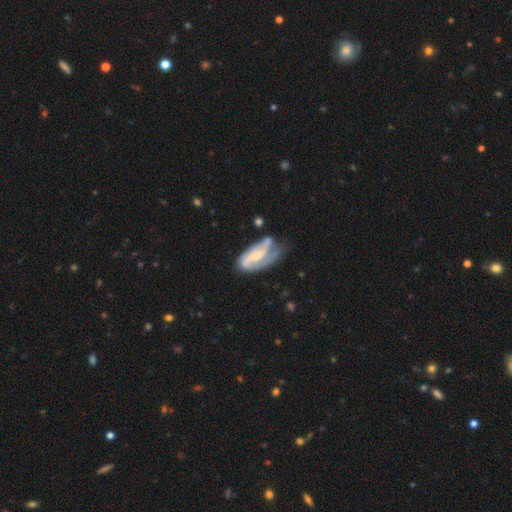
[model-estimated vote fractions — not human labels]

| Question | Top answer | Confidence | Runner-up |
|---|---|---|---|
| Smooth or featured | featured or disk | 74% | smooth (20%) |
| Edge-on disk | no | 94% | yes (6%) |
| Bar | weak | 39% | no (35%) |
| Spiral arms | yes | 89% | no (11%) |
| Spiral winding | medium | 43% | loose (31%) |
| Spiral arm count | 2 | 66% | can't tell (14%) |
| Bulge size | small | 50% | moderate (34%) |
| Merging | none | 39% | minor disturbance (30%) |